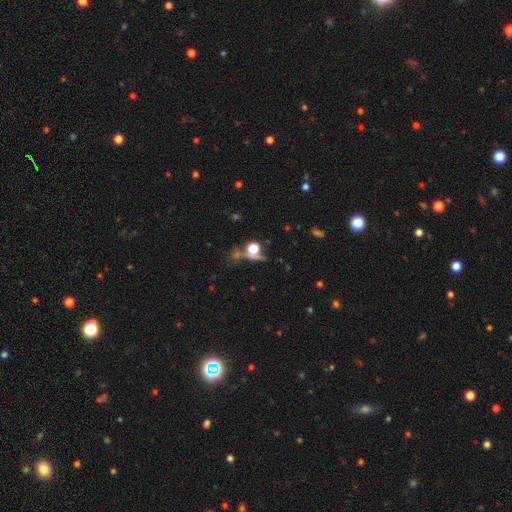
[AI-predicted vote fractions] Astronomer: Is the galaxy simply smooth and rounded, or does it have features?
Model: smooth — 44% (runner-up: star or artifact, 36%).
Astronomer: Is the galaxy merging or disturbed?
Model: none — 45% (runner-up: merger, 24%).